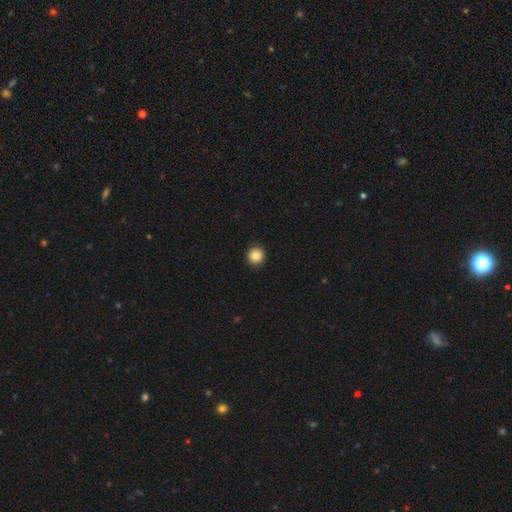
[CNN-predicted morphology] smooth-or-featured: smooth: 85% | star or artifact: 9% | featured or disk: 5%
  how-rounded: round: 92% | in between: 7% | cigar-shaped: 1%
  merging: none: 91% | minor disturbance: 6% | major disturbance: 2% | merger: 1%